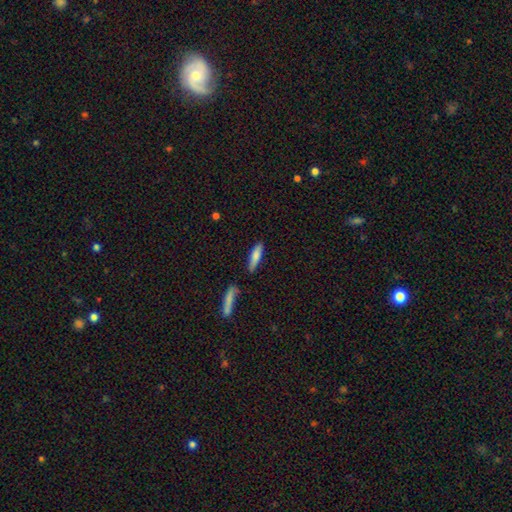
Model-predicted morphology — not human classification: Q: Smooth or featured?
A: smooth (76%); runner-up: featured or disk (18%)
Q: How rounded?
A: cigar-shaped (71%); runner-up: in between (27%)
Q: Merging?
A: none (81%); runner-up: minor disturbance (12%)